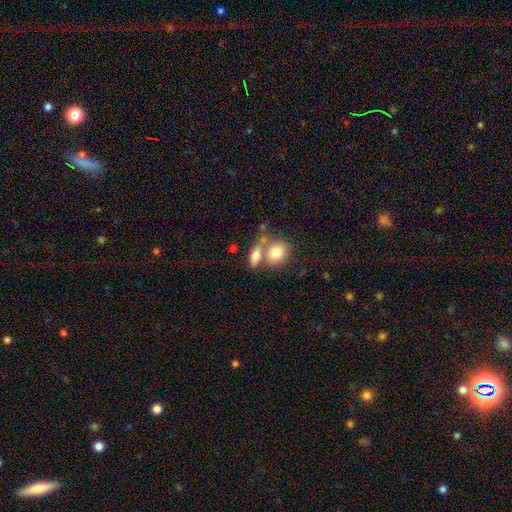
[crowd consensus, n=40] A smooth galaxy with no disk features (78%) that is in between round and cigar-shaped (55%).

Vote fractions:
- Smooth or featured? smooth: 78% / star or artifact: 12% / featured or disk: 10%
- How rounded? in between: 55% / round: 23% / cigar-shaped: 23%
- Merging? merger: 49% / none: 34% / major disturbance: 11% / minor disturbance: 6%